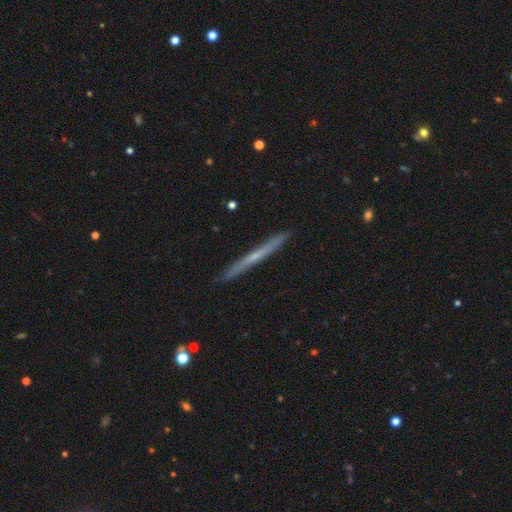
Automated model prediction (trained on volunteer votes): Morphology: type=featured or disk (55%); edge-on=yes (97%); edge-on bulge=none (79%); merging=none (90%).